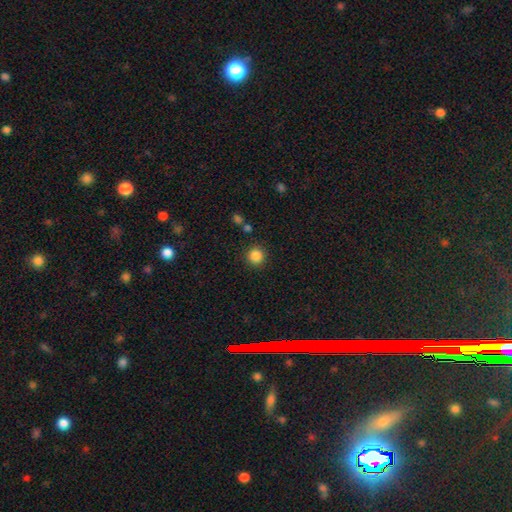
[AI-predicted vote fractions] The model was most divided on "smooth or featured": smooth: 86%, star or artifact: 11%, featured or disk: 3%. More confident: how rounded — round (94%); merging — none (89%).